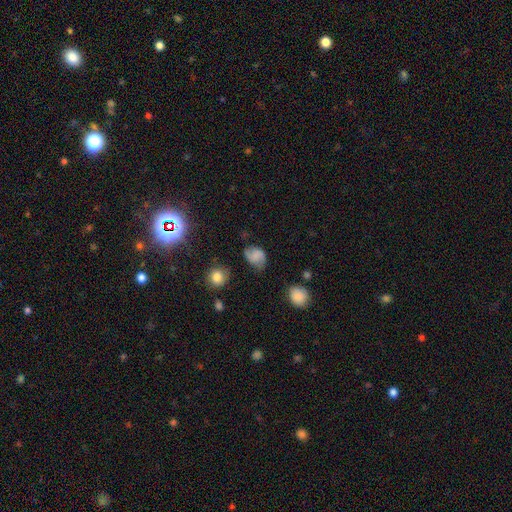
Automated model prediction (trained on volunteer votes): Smooth or featured: smooth — 51% (featured or disk — 37%)
How rounded: in between — 59% (round — 39%)
Merging: none — 62% (minor disturbance — 26%)